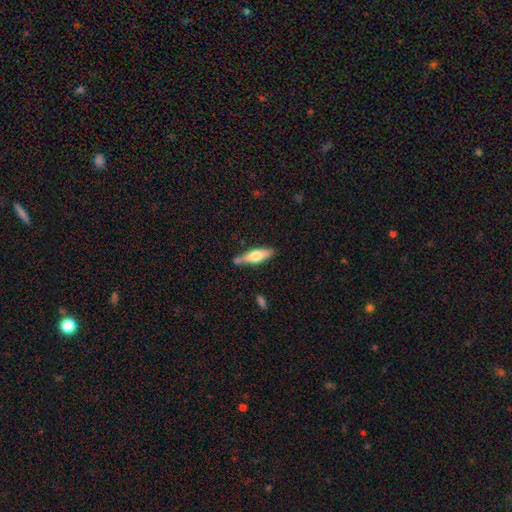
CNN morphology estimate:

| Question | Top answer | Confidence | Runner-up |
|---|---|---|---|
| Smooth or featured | smooth | 55% | featured or disk (39%) |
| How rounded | cigar-shaped | 55% | in between (42%) |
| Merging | none | 68% | minor disturbance (19%) |